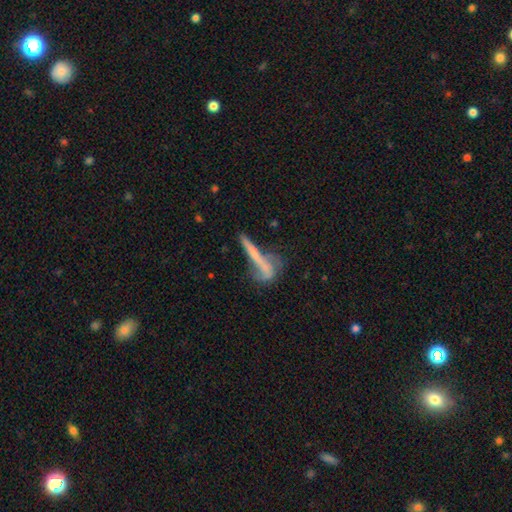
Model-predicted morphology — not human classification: Overall: featured or disk (46%; smooth 44%). Merging: none (36%; major disturbance 23%).